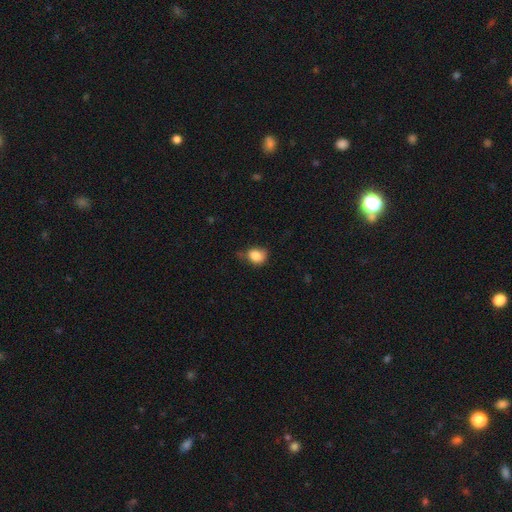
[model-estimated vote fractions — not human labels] Q: Smooth or featured?
A: smooth (84%); runner-up: star or artifact (9%)
Q: How rounded?
A: round (52%); runner-up: in between (47%)
Q: Merging?
A: none (54%); runner-up: minor disturbance (35%)